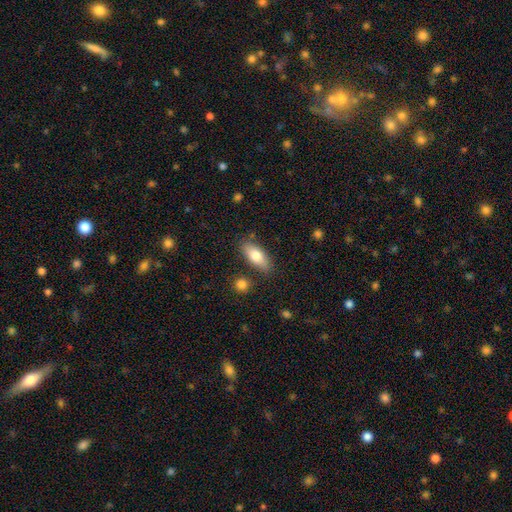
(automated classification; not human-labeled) smooth-or-featured: smooth: 78% | featured or disk: 16% | star or artifact: 6%
  how-rounded: in between: 82% | cigar-shaped: 15% | round: 3%
  merging: none: 80% | minor disturbance: 13% | merger: 4% | major disturbance: 3%